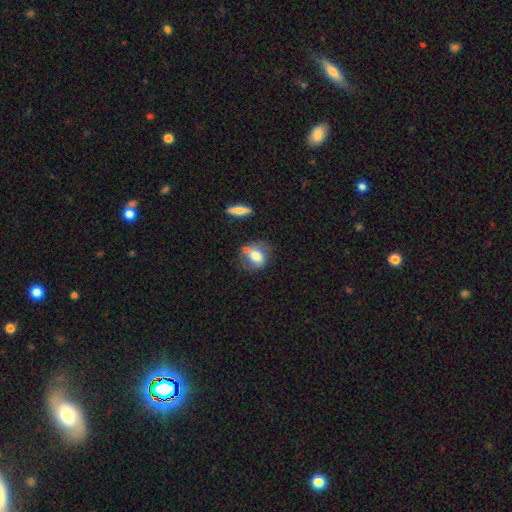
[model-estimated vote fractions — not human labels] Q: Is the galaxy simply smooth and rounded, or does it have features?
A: smooth — 62%.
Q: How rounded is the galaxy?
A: round — 57%.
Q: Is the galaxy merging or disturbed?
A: none — 52%.